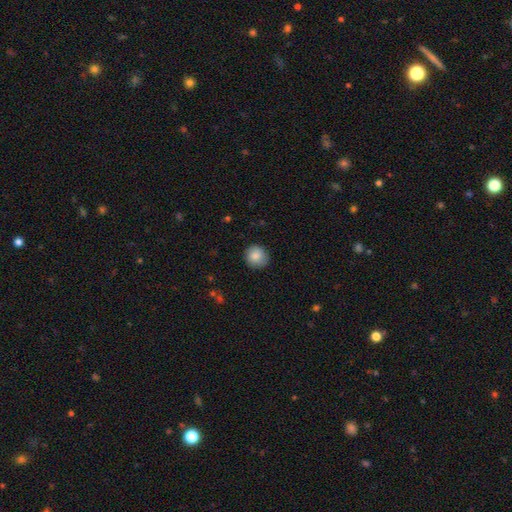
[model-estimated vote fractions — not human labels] Smooth or featured? smooth (86%)
How rounded? round (89%)
Merging? none (87%)